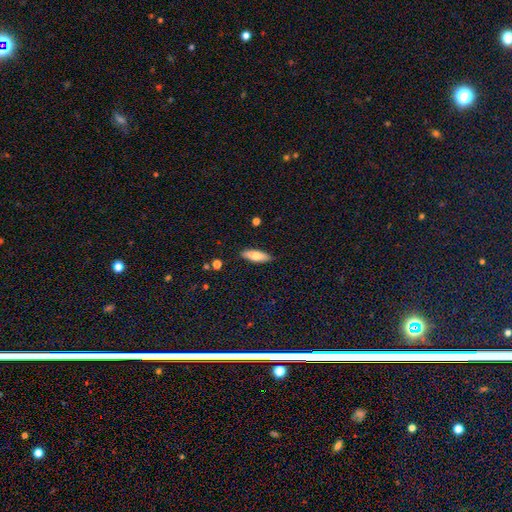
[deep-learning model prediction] A smooth galaxy with no disk features (74%) that is in between round and cigar-shaped (58%). Merging: none (88%).